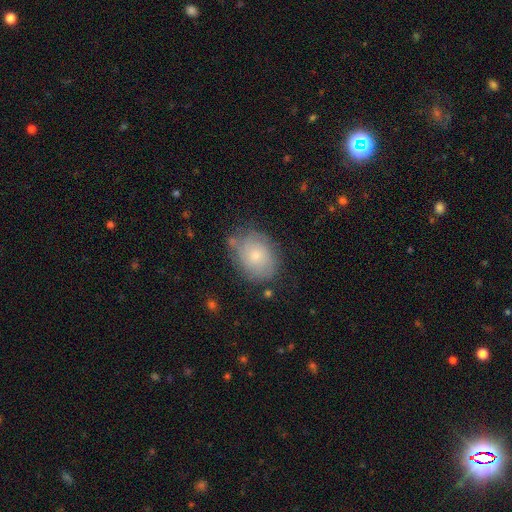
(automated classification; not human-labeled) Q: Smooth or featured?
A: smooth (52%); runner-up: featured or disk (39%)
Q: How rounded?
A: in between (51%); runner-up: round (48%)
Q: Merging?
A: none (69%); runner-up: minor disturbance (21%)